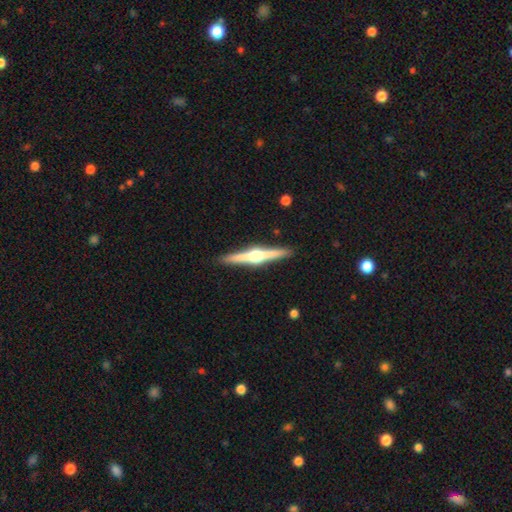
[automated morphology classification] smooth-or-featured: featured or disk: 82% | smooth: 14% | star or artifact: 5%
  disk-edge-on: yes: 99% | no: 1%
    edge-on-bulge: rounded: 95% | boxy: 3% | none: 2%
  merging: none: 92% | minor disturbance: 6% | major disturbance: 1% | merger: 1%